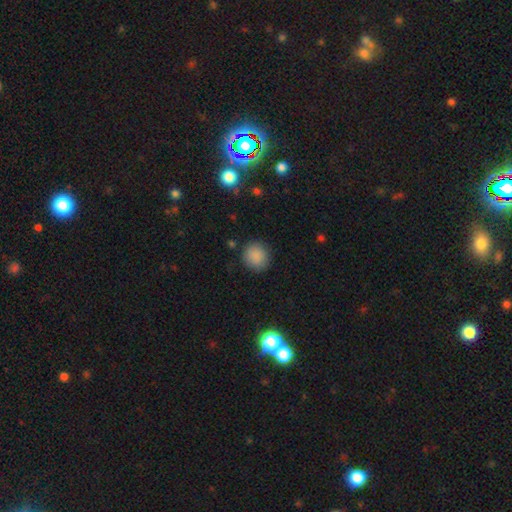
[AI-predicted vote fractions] Smooth or featured? smooth (86%)
How rounded? round (89%)
Merging? none (86%)